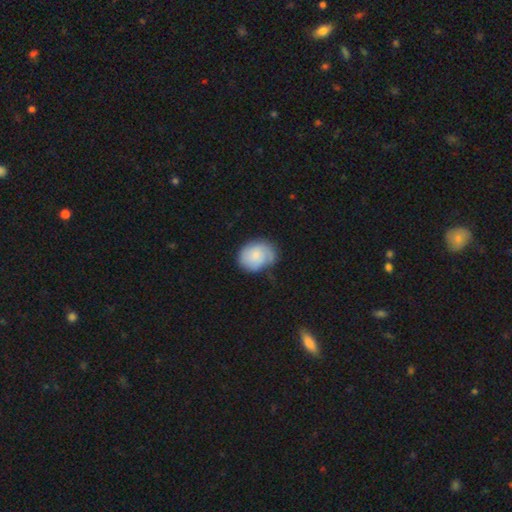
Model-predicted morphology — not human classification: Q: Smooth or featured?
A: smooth (53%); runner-up: featured or disk (40%)
Q: How rounded?
A: in between (51%); runner-up: round (48%)
Q: Merging?
A: none (59%); runner-up: minor disturbance (28%)